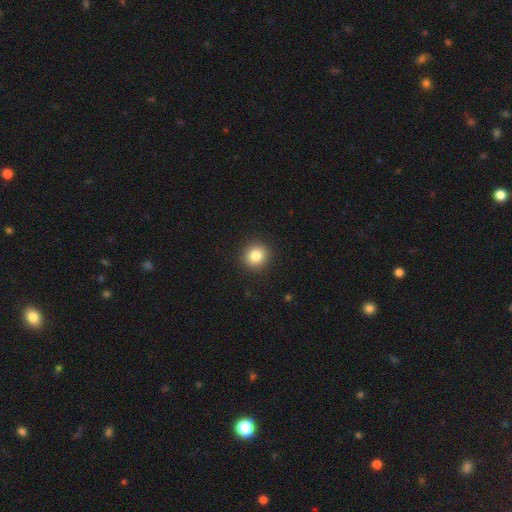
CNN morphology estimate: smooth_or_featured: smooth (p=0.83) [alt: star or artifact p=0.11]
how_rounded: round (p=0.89) [alt: in between p=0.10]
merging: none (p=0.92) [alt: minor disturbance p=0.05]